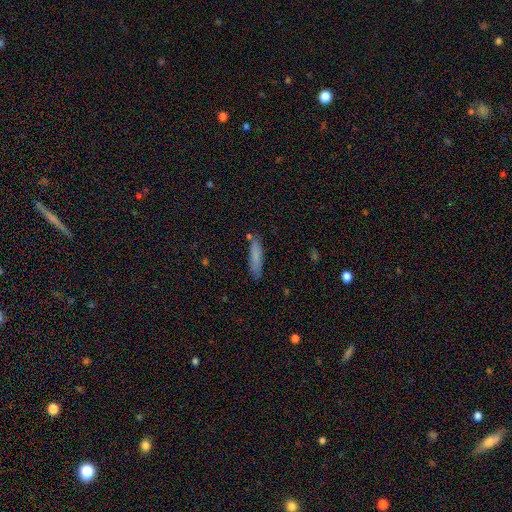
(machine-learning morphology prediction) A smooth galaxy with no disk features (79%) that is cigar-shaped (79%).

Vote fractions:
- Smooth or featured? smooth: 79% / featured or disk: 13% / star or artifact: 8%
- How rounded? cigar-shaped: 79% / in between: 20% / round: 2%
- Merging? none: 79% / minor disturbance: 14% / merger: 4% / major disturbance: 3%